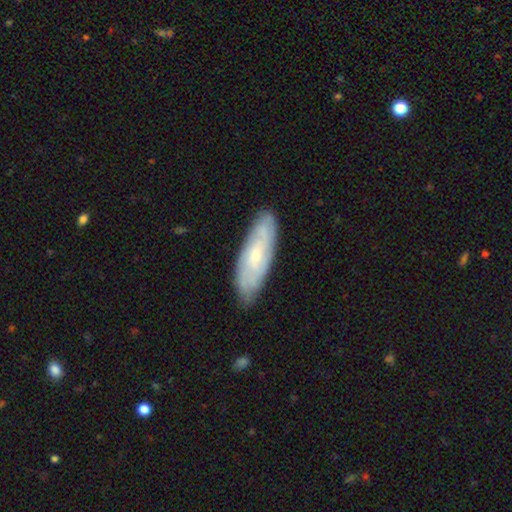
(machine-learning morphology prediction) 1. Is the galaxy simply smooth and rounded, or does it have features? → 54% featured or disk, 40% smooth, 6% star or artifact.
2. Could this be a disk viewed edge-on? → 79% no, 21% yes.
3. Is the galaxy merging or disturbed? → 78% none, 18% minor disturbance, 3% major disturbance, 1% merger.